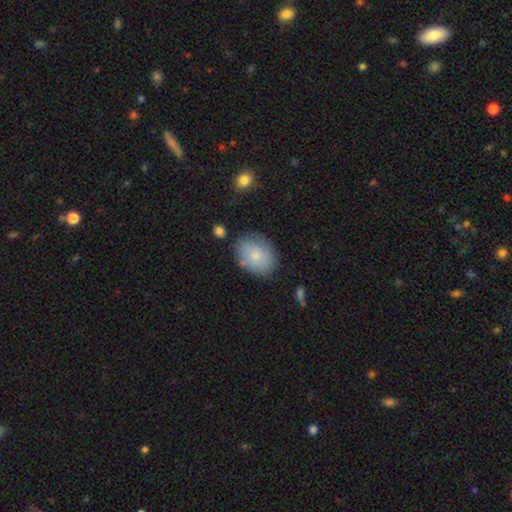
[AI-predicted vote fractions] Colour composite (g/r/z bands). It shows a smooth galaxy with no disk features (76%) that is in between round and cigar-shaped (67%). Merging: none (76%).